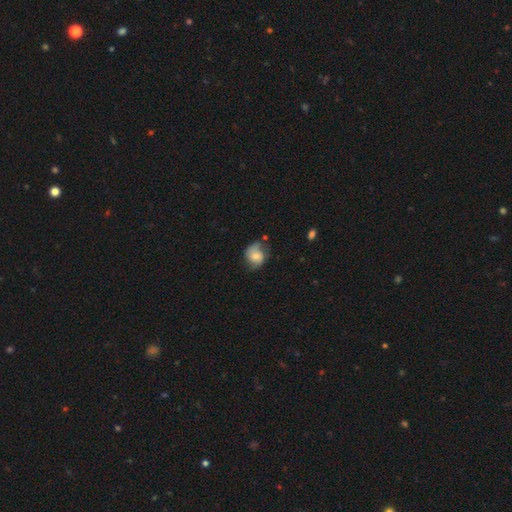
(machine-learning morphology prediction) Q: Smooth or featured?
A: smooth (53%); runner-up: featured or disk (38%)
Q: How rounded?
A: round (58%); runner-up: in between (41%)
Q: Merging?
A: none (50%); runner-up: minor disturbance (32%)